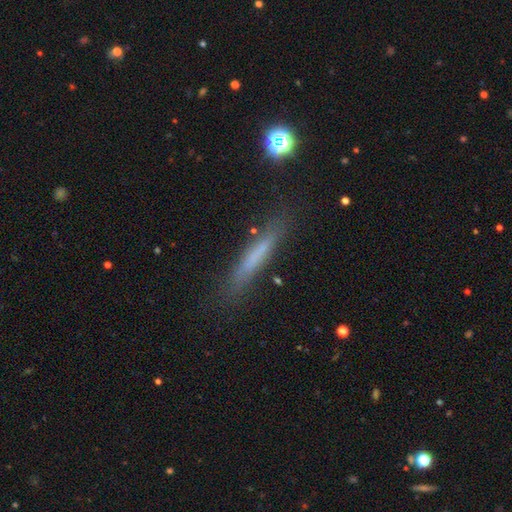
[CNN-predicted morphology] Overall: smooth (59%; featured or disk 30%). How rounded: cigar-shaped (93%). Merging: none (83%).